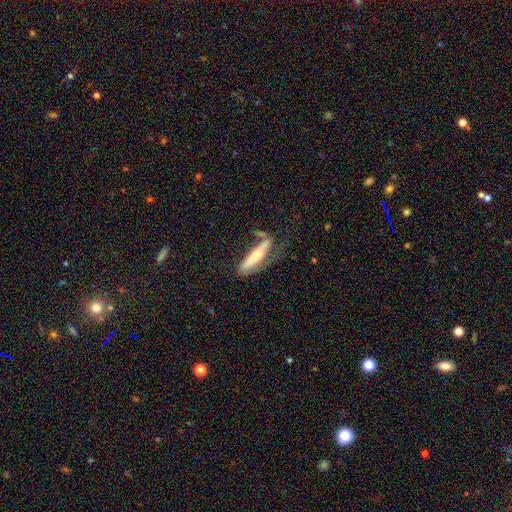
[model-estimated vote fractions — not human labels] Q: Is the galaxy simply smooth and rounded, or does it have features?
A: smooth — 51%.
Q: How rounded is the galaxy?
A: cigar-shaped — 74%.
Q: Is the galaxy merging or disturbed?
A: none — 37%.